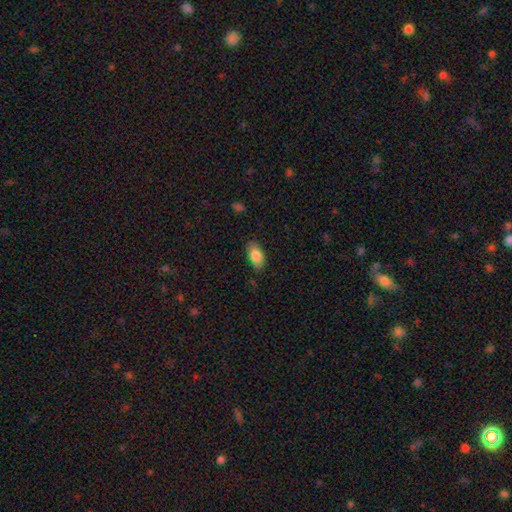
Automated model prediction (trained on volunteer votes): A smooth galaxy with no disk features (85%) that is in between round and cigar-shaped (92%). Merging: none (82%).